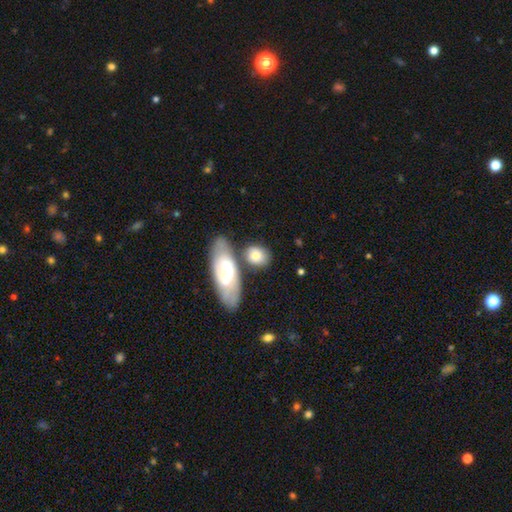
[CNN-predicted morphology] This is likely a smooth galaxy (70%). How rounded: possibly in between (60%). Merging: possibly none (58%).